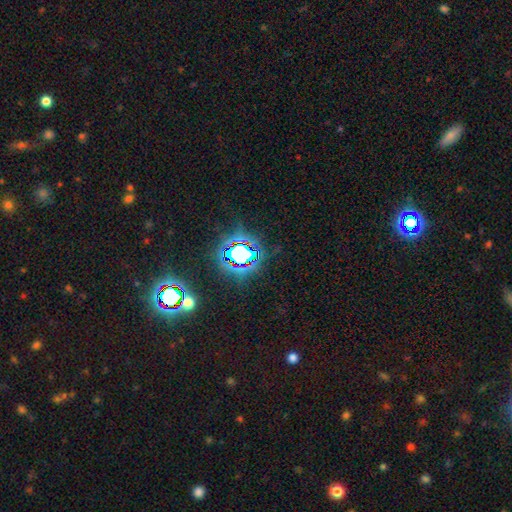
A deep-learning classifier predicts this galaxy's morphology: Smooth or featured? Predicted: star or artifact (p=0.79).